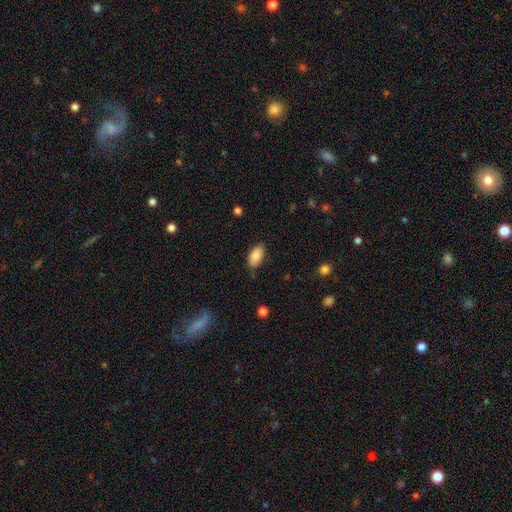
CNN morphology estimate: smooth-or-featured: smooth: 87% | star or artifact: 7% | featured or disk: 6%
  how-rounded: in between: 94% | round: 3% | cigar-shaped: 3%
  merging: none: 79% | minor disturbance: 16% | major disturbance: 3% | merger: 1%